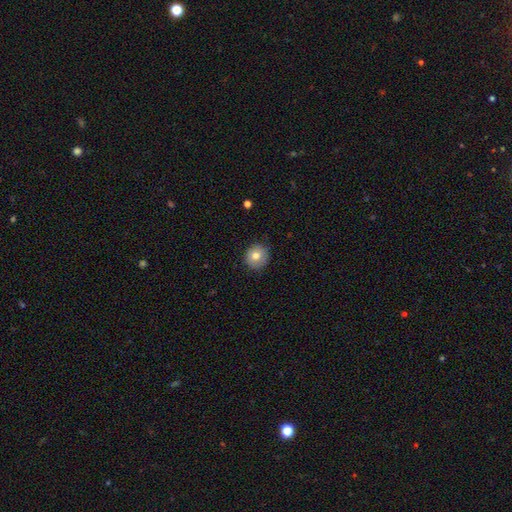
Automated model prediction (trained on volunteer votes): Morphology: type=smooth (77%); roundness=round (90%); merging=none (87%).